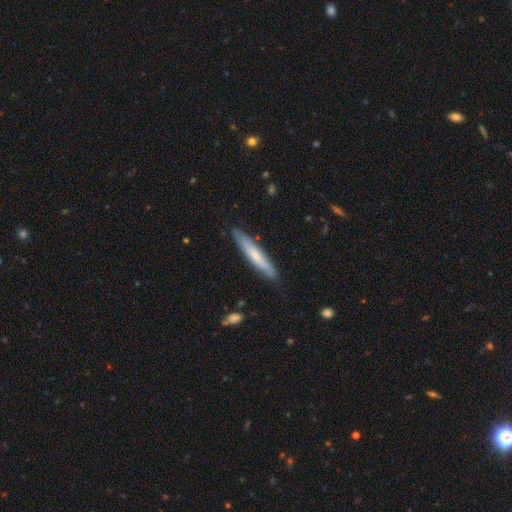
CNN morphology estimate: This is likely a smooth galaxy (63%). How rounded: clearly cigar-shaped (92%). Merging: clearly none (84%).